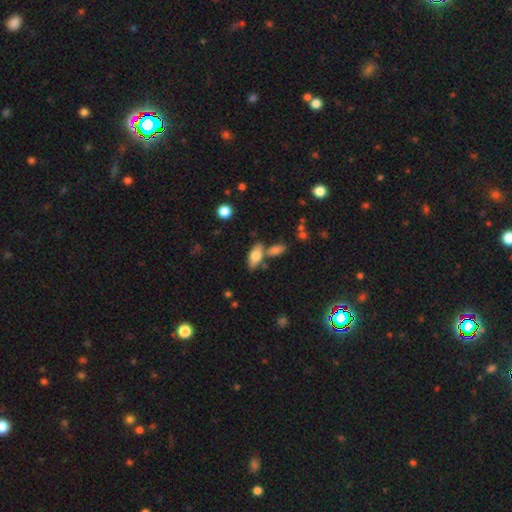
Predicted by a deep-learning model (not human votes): Morphology: type=smooth (69%); roundness=in between (81%); merging=none (62%).